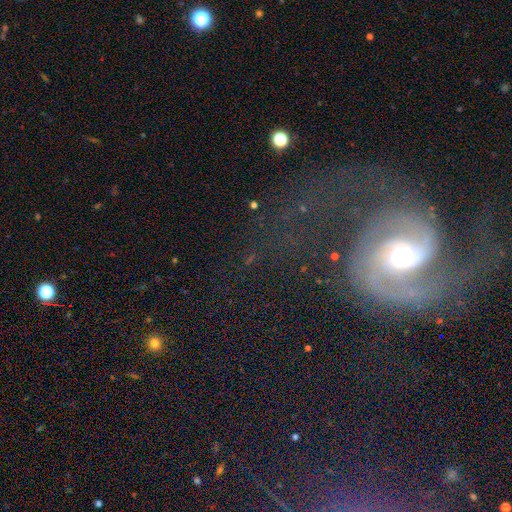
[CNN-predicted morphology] Overall: featured or disk (79%). Edge-on disk: no (97%). Bar: weak (39%, tied with no). Spiral arms: yes (92%). Spiral arm count: 2 (88%). Spiral winding: medium (50%; loose 27%). Bulge size: moderate (63%). Merging: none (56%; major disturbance 23%).